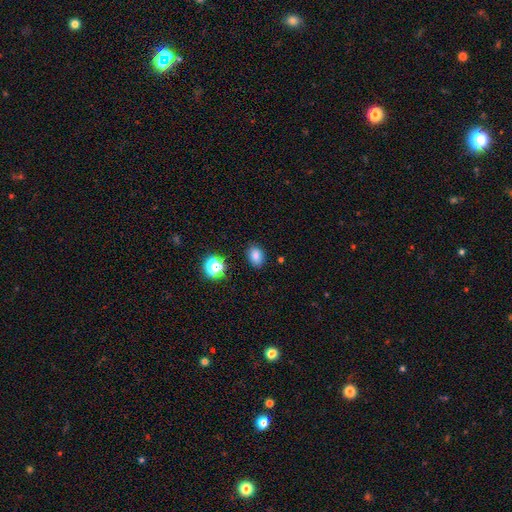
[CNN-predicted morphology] This is clearly a smooth galaxy (80%). How rounded: likely in between (72%). Merging: clearly none (84%).